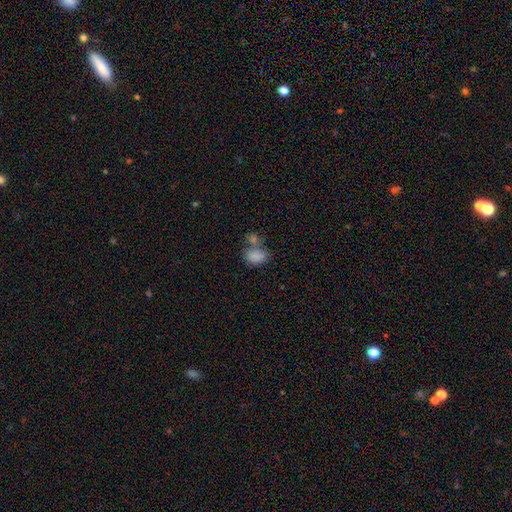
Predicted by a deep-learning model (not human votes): The model was most divided on "merging": none: 43%, merger: 37%, minor disturbance: 14%, major disturbance: 7%. More confident: smooth or featured — smooth (83%); how rounded — in between (77%).